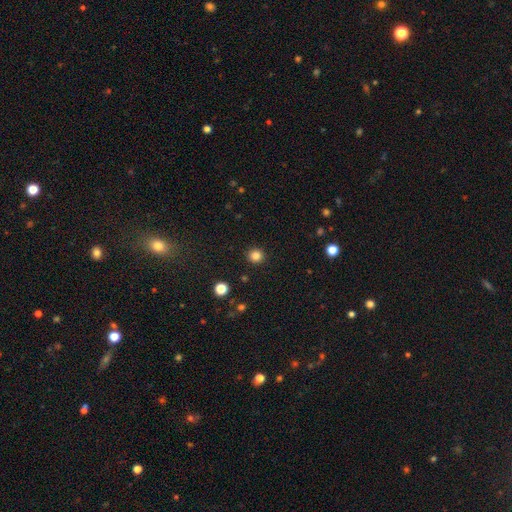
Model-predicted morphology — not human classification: A smooth galaxy with no disk features (84%) that is round (94%). Merging: none (92%).